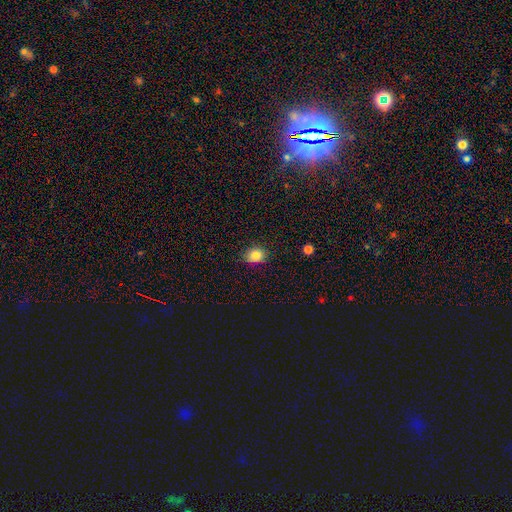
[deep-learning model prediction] This appears to be a smooth galaxy with no disk features (83%) that is round (58%). Merging: none (84%).